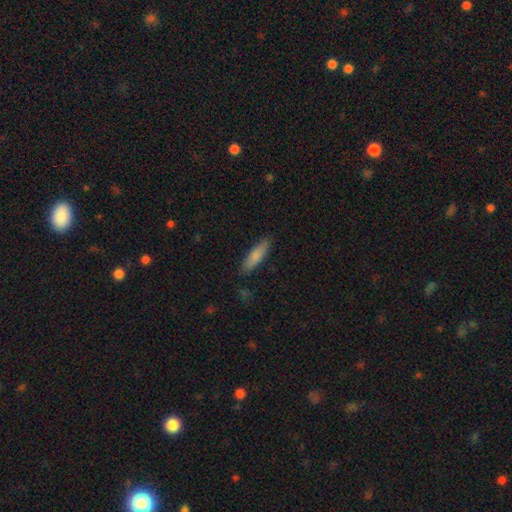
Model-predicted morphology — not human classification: Smooth or featured? Predicted: smooth (p=0.82). How rounded? Predicted: cigar-shaped (p=0.66). Merging? Predicted: none (p=0.86).